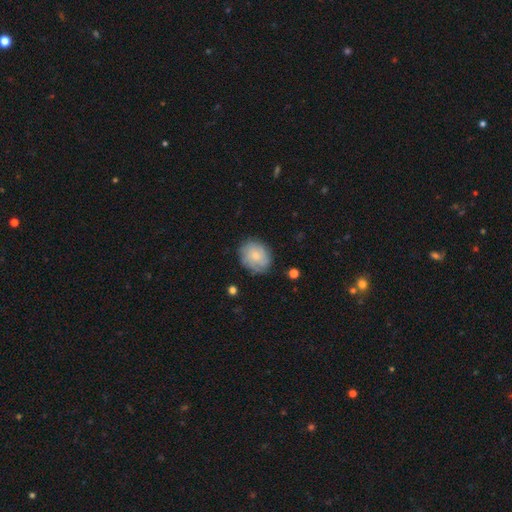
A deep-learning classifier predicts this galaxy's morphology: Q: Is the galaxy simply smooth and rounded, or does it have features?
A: smooth — 55%.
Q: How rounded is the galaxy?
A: round — 58%.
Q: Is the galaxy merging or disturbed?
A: none — 76%.